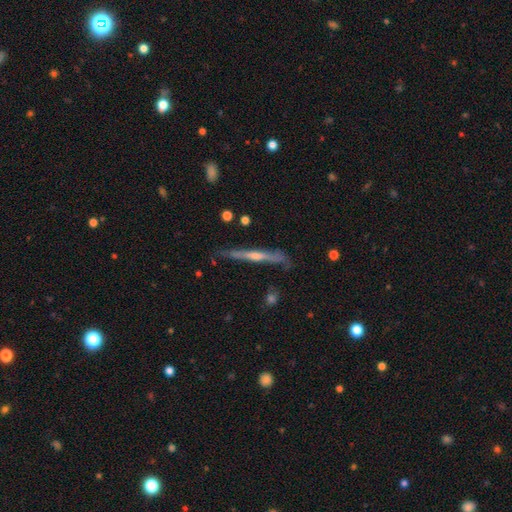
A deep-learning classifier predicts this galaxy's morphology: Q: Smooth or featured?
A: featured or disk (70%); runner-up: smooth (24%)
Q: Edge-on disk?
A: yes (95%); runner-up: no (5%)
Q: Edge-on bulge?
A: rounded (57%); runner-up: none (35%)
Q: Merging?
A: none (75%); runner-up: minor disturbance (18%)